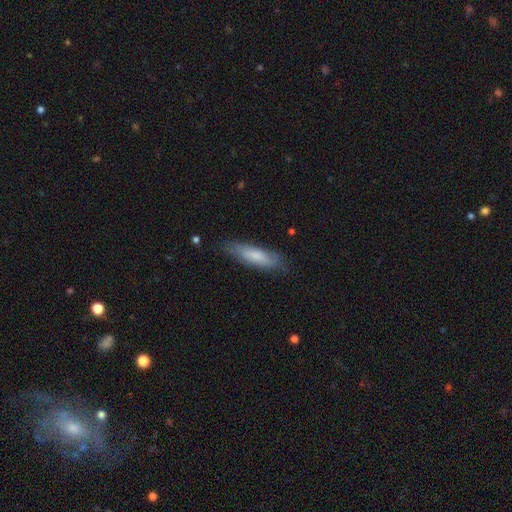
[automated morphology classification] type=smooth (72%); roundness=cigar-shaped (65%); merging=none (76%).